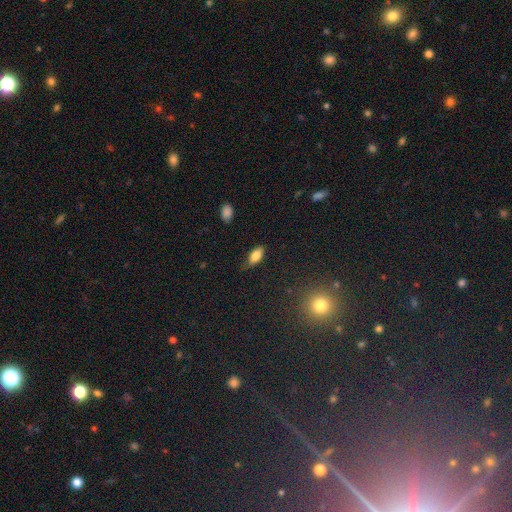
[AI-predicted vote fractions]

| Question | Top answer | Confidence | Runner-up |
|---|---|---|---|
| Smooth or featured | smooth | 79% | featured or disk (13%) |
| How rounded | in between | 85% | cigar-shaped (12%) |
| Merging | none | 72% | minor disturbance (22%) |